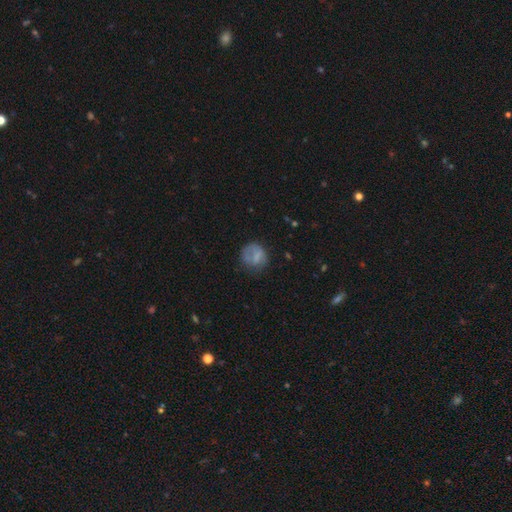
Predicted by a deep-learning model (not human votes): Smooth or featured? Predicted: smooth (p=0.67). How rounded? Predicted: round (p=0.79). Merging? Predicted: none (p=0.54).